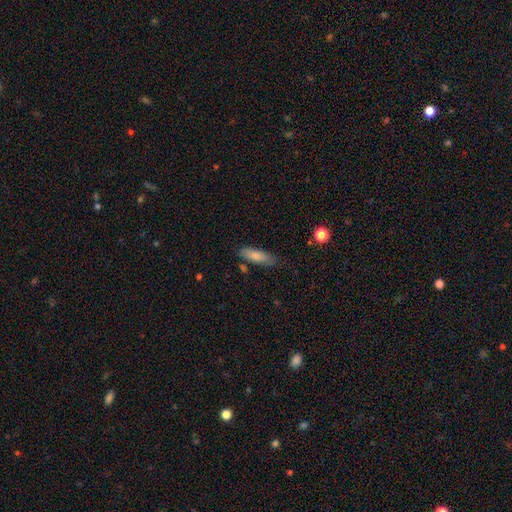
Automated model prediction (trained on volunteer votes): Morphology: type=smooth (80%); roundness=in between (51%); merging=none (77%).